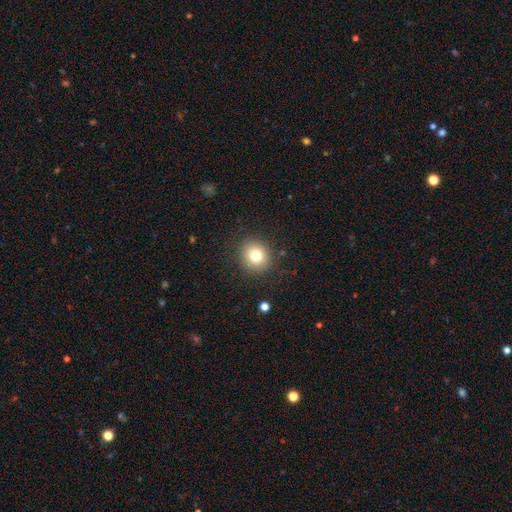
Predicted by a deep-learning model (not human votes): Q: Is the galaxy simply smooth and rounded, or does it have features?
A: smooth — 78%.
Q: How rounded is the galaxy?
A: round — 83%.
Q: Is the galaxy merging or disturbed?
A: none — 88%.